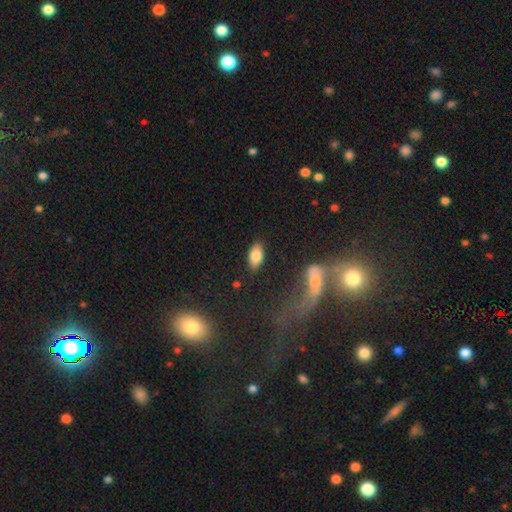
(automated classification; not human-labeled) Q: Smooth or featured?
A: smooth (82%); runner-up: featured or disk (11%)
Q: How rounded?
A: in between (93%); runner-up: cigar-shaped (4%)
Q: Merging?
A: none (84%); runner-up: minor disturbance (11%)